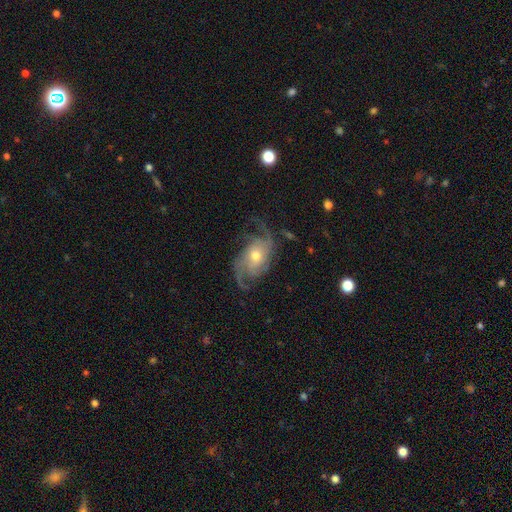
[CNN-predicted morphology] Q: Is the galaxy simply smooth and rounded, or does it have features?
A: featured or disk — 88%.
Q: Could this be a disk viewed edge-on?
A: no — 97%.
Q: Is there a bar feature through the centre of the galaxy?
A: no — 68%.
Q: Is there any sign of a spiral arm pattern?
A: yes — 97%.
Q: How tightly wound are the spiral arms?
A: medium — 43%.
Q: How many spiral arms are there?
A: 3 — 37%.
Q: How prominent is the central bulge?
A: moderate — 62%.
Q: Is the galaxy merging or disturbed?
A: none — 67%.